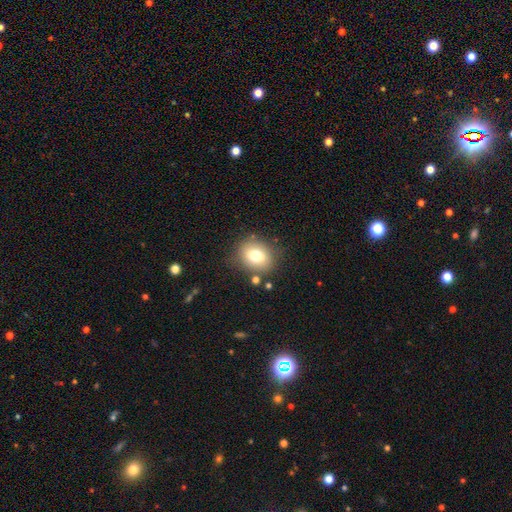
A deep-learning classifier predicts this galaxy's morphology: Q: Smooth or featured?
A: smooth (74%); runner-up: featured or disk (15%)
Q: How rounded?
A: round (53%); runner-up: in between (46%)
Q: Merging?
A: none (80%); runner-up: minor disturbance (12%)